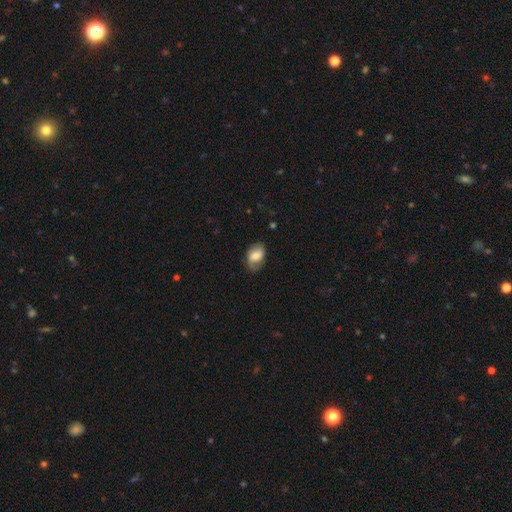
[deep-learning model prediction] Smooth or featured? Predicted: smooth (p=0.65). How rounded? Predicted: in between (p=0.87). Merging? Predicted: none (p=0.68).